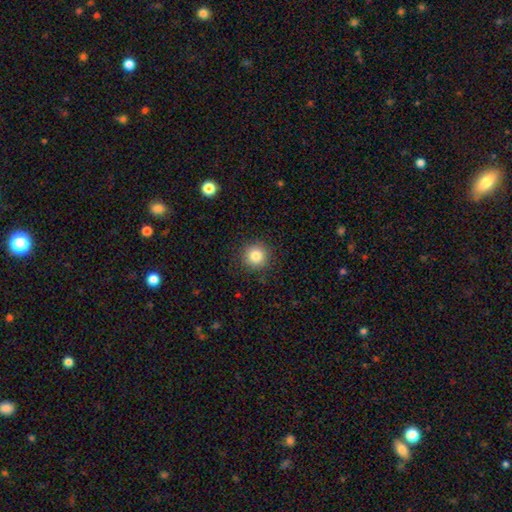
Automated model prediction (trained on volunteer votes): This appears to be a smooth galaxy with no disk features (84%) that is round (94%). Merging: none (90%).